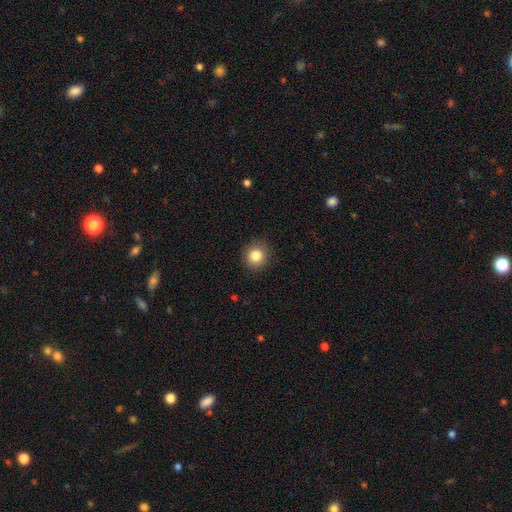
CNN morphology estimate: Smooth or featured?
  - smooth: 84% *
  - star or artifact: 10%
  - featured or disk: 6%
How rounded?
  - round: 89% *
  - in between: 10%
  - cigar-shaped: 1%
Merging?
  - none: 90% *
  - minor disturbance: 7%
  - major disturbance: 2%
  - merger: 1%